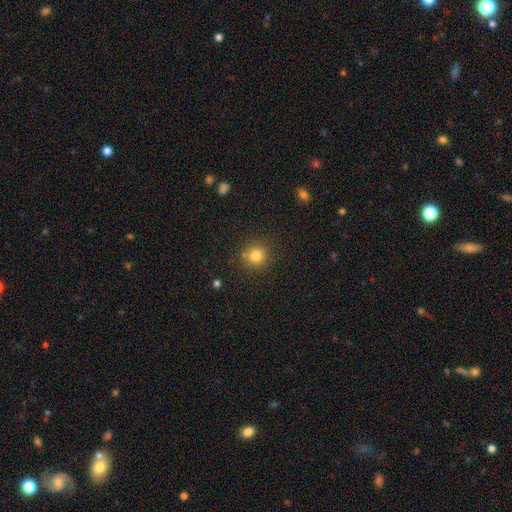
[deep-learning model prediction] A smooth galaxy with no disk features (79%) that is round (92%). Merging: none (83%).